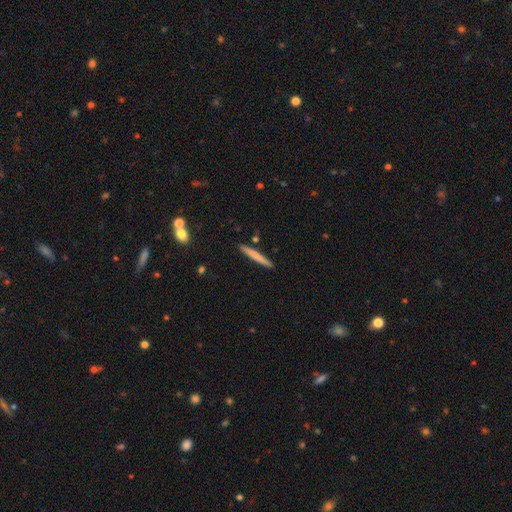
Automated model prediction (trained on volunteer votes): Smooth or featured? Predicted: smooth (p=0.71). How rounded? Predicted: cigar-shaped (p=0.96). Merging? Predicted: none (p=0.89).